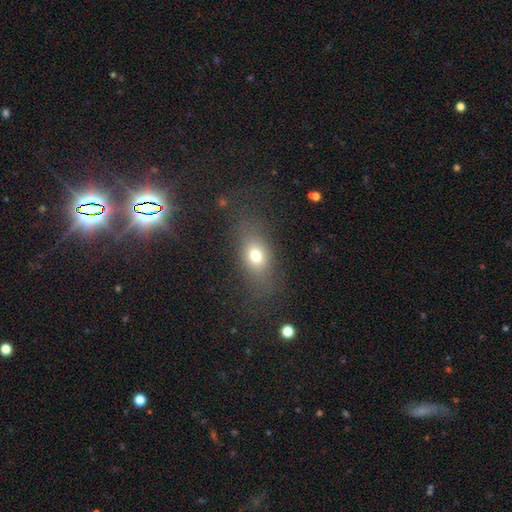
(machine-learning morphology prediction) smooth_or_featured: smooth (p=0.71) [alt: featured or disk p=0.15]
how_rounded: in between (p=0.68) [alt: round p=0.25]
merging: none (p=0.70) [alt: minor disturbance p=0.15]